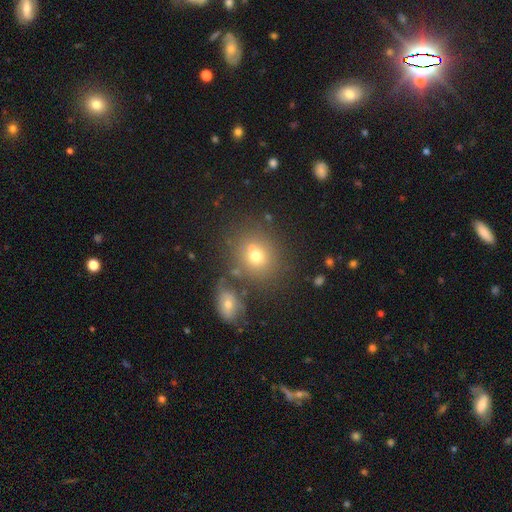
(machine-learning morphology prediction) A smooth galaxy with no disk features (67%) that is round (75%).

Vote fractions:
- Smooth or featured? smooth: 67% / star or artifact: 18% / featured or disk: 15%
- How rounded? round: 75% / in between: 24% / cigar-shaped: 1%
- Merging? none: 61% / merger: 23% / minor disturbance: 11% / major disturbance: 5%